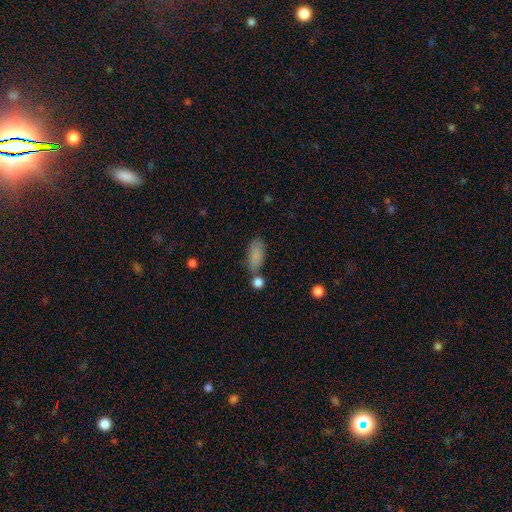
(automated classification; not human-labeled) smooth 84%, star or artifact 8%, featured or disk 8%. Down the decision tree: how rounded — in between (85%); merging — none (58%).